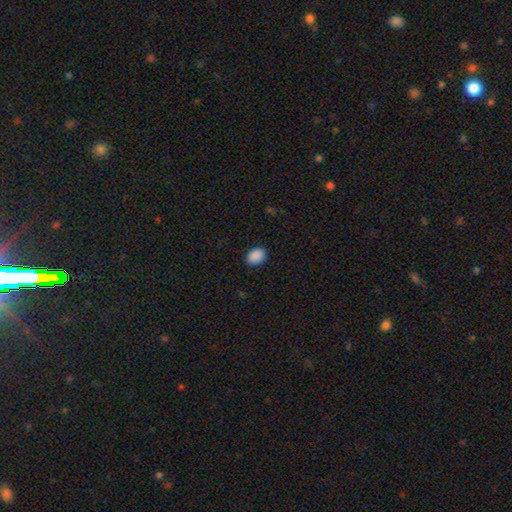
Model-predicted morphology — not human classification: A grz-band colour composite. It shows a smooth galaxy with no disk features (90%) that is in between round and cigar-shaped (67%). Merging: none (88%).